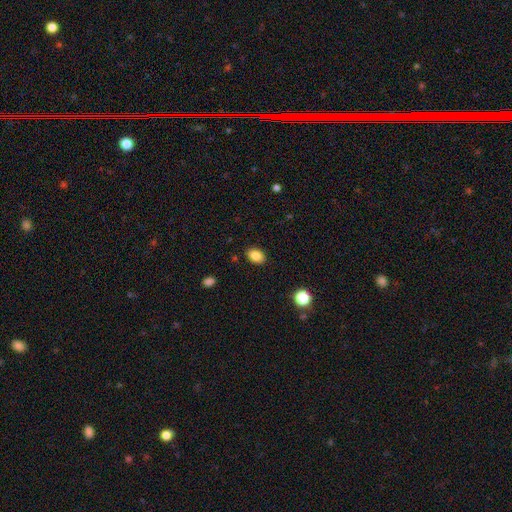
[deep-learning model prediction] This is clearly a smooth galaxy (85%). How rounded: likely in between (76%). Merging: clearly none (87%).